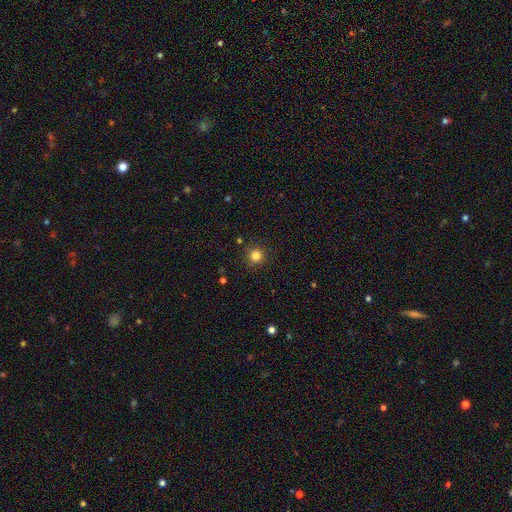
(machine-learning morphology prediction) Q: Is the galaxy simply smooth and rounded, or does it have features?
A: smooth — 82%.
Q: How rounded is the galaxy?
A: round — 95%.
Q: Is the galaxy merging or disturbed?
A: none — 90%.